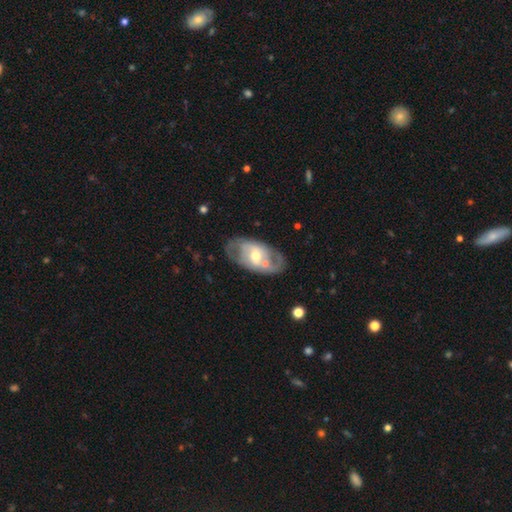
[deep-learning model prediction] This appears to be a featured or disk galaxy (71%) with no bar (45%), spiral arms (68%) and a moderate central bulge (63%). Merging: none (61%).